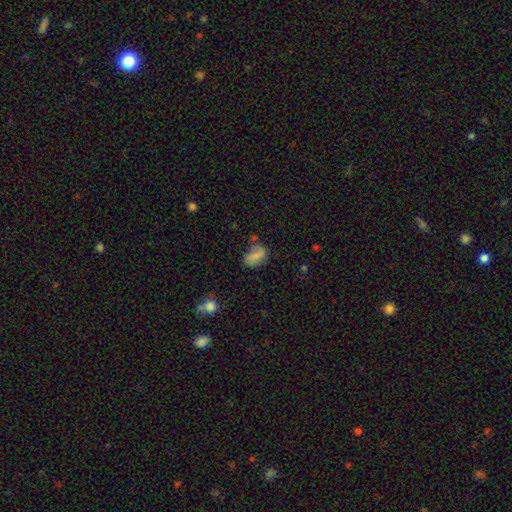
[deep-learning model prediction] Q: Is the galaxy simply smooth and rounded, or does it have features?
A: smooth — 64%.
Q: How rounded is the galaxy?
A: in between — 84%.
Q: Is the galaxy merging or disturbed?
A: none — 58%.